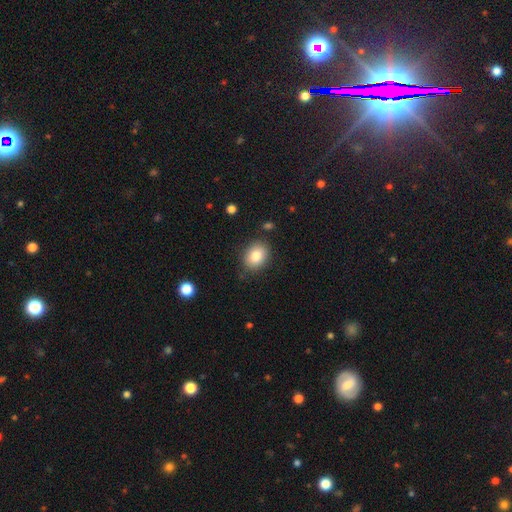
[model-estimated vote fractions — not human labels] smooth-or-featured: smooth: 84% | star or artifact: 8% | featured or disk: 8%
  how-rounded: in between: 61% | round: 38% | cigar-shaped: 1%
  merging: none: 83% | minor disturbance: 12% | major disturbance: 3% | merger: 2%